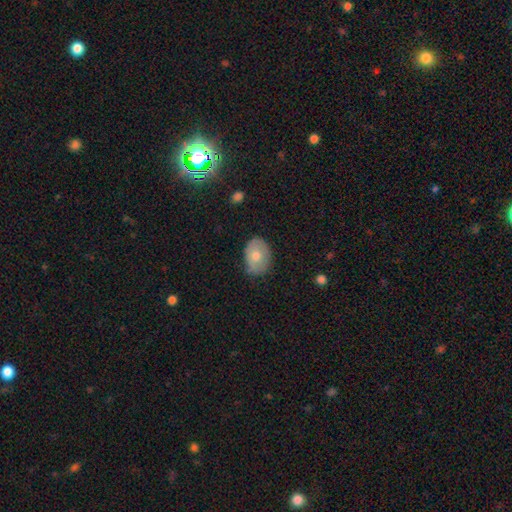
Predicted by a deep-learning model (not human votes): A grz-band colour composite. It shows a smooth galaxy with no disk features (68%) that is in between round and cigar-shaped (74%). Merging: none (72%).